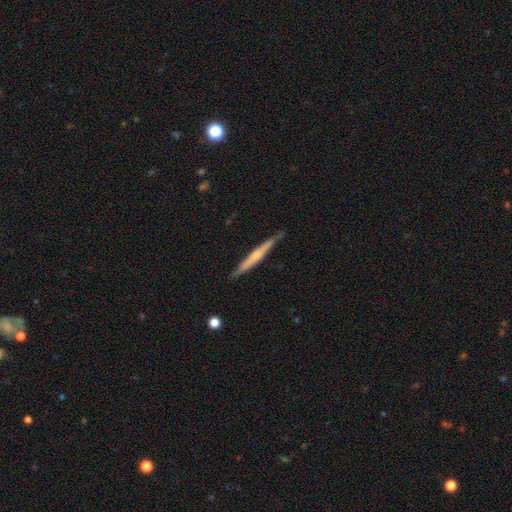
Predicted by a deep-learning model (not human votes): A featured or disk galaxy (55%) viewed edge-on (97%) with no central bulge (49%).

Vote fractions:
- Smooth or featured? featured or disk: 55% / smooth: 39% / star or artifact: 6%
- Edge-on disk? yes: 97% / no: 3%
- Edge-on bulge? none: 49% / rounded: 41% / boxy: 10%
- Merging? none: 87% / minor disturbance: 10% / major disturbance: 2% / merger: 1%